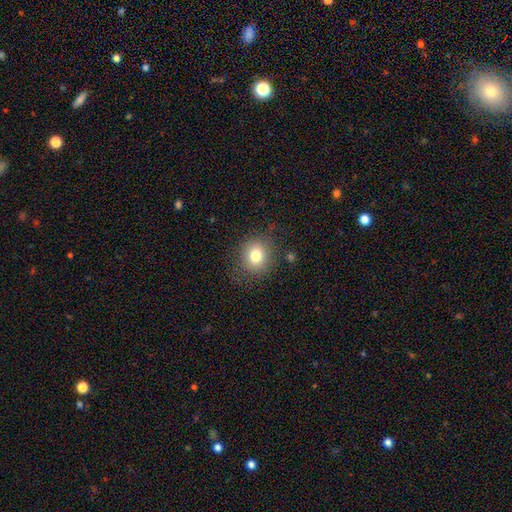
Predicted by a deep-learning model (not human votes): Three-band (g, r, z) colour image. It shows a smooth galaxy with no disk features (78%) that is round (76%). Merging: none (81%).